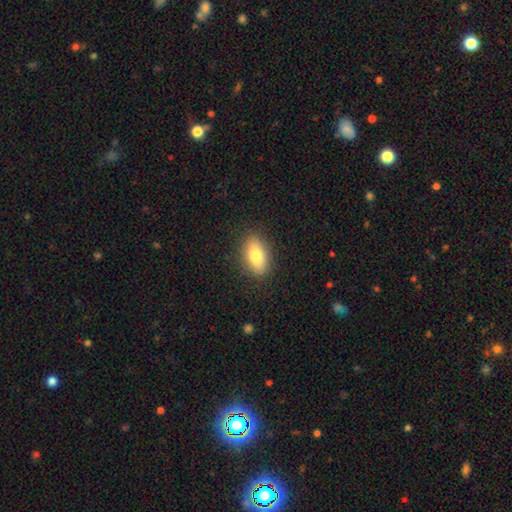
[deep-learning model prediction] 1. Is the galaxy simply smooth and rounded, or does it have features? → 78% smooth, 15% featured or disk, 7% star or artifact.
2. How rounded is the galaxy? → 86% in between, 8% round, 6% cigar-shaped.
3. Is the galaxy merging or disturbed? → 87% none, 9% minor disturbance, 3% major disturbance, 1% merger.